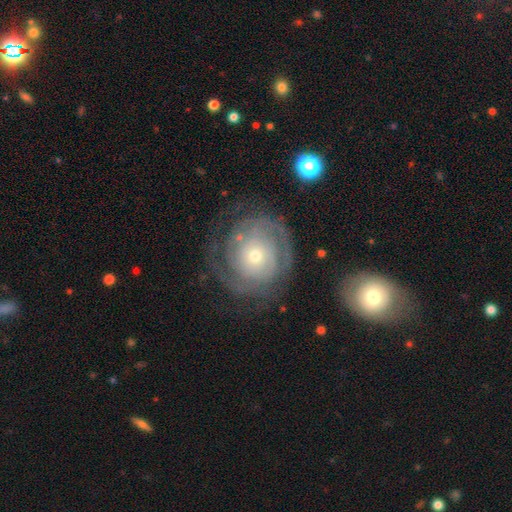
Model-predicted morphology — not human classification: Smooth or featured: featured or disk — 81% (smooth — 13%)
Edge-on disk: no — 97% (yes — 3%)
Bar: no — 82% (weak — 14%)
Spiral arms: yes — 91% (no — 9%)
Spiral winding: tight — 75% (medium — 19%)
Spiral arm count: 2 — 37% (can't tell — 31%)
Bulge size: small — 59% (moderate — 35%)
Merging: none — 73% (minor disturbance — 14%)